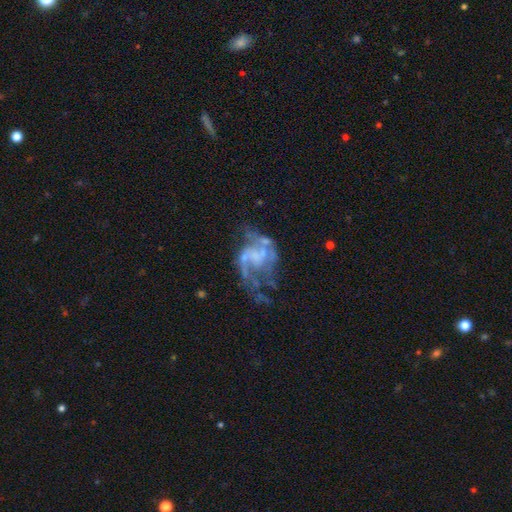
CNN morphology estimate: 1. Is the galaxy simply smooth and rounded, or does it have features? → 80% featured or disk, 11% smooth, 9% star or artifact.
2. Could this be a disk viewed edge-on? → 98% no, 2% yes.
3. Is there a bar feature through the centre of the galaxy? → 64% no, 28% weak, 8% strong.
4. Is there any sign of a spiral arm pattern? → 78% yes, 22% no.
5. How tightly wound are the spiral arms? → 47% loose, 38% medium, 15% tight.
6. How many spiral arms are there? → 59% 2, 16% can't tell, 12% 1, 7% 3, 3% 4, 3% more than 4.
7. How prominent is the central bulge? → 54% none, 21% small, 17% moderate, 6% large, 2% dominant.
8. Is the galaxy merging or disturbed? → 38% major disturbance, 35% none, 18% minor disturbance, 9% merger.